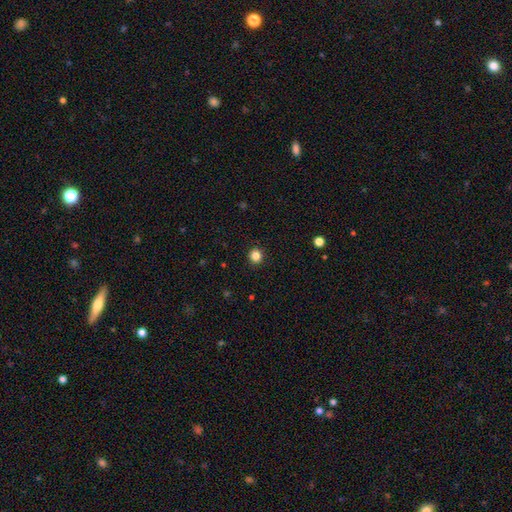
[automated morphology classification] smooth 84%, star or artifact 12%, featured or disk 4%. Down the decision tree: how rounded — round (90%); merging — none (92%).